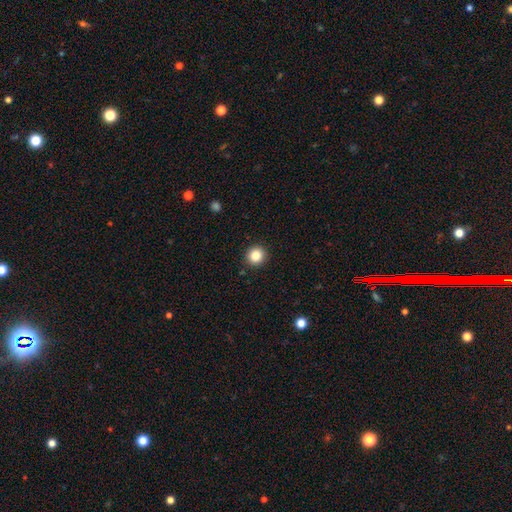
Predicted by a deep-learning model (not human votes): This appears to be a smooth galaxy with no disk features (85%) that is round (93%). Merging: none (92%).